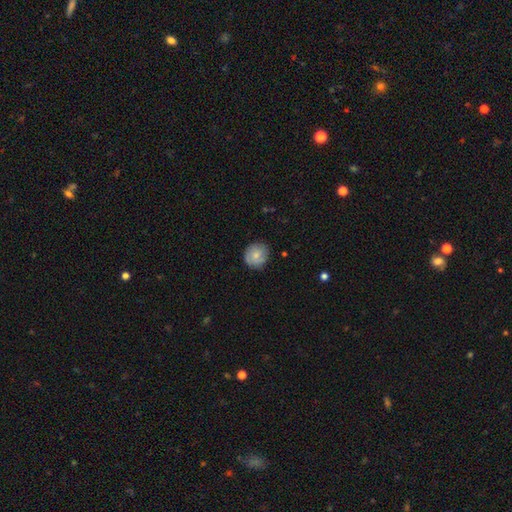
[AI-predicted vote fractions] smooth_or_featured: smooth (p=0.59) [alt: featured or disk p=0.34]
how_rounded: round (p=0.88) [alt: in between p=0.11]
merging: none (p=0.81) [alt: minor disturbance p=0.14]